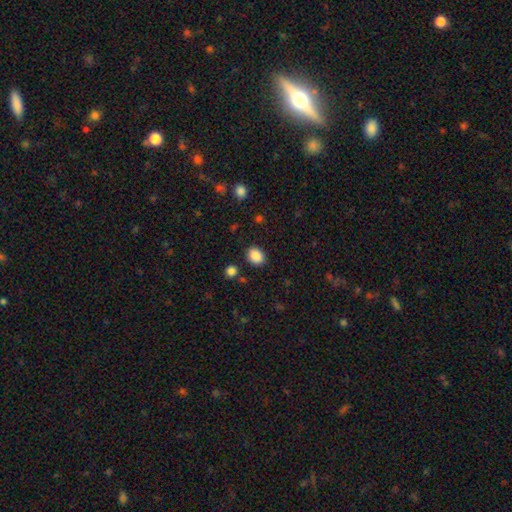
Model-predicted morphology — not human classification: smooth_or_featured: smooth (p=0.88) [alt: star or artifact p=0.09]
how_rounded: in between (p=0.59) [alt: round p=0.40]
merging: none (p=0.84) [alt: minor disturbance p=0.10]